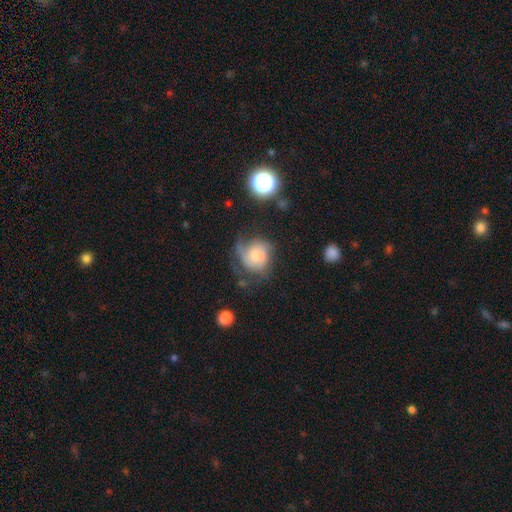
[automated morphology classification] smooth-or-featured: featured or disk: 50% | smooth: 40% | star or artifact: 10%
  merging: none: 42% | major disturbance: 28% | minor disturbance: 26% | merger: 3%